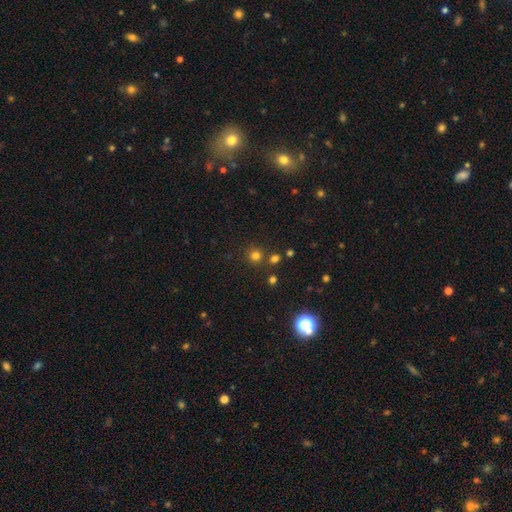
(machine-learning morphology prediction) Smooth or featured? smooth (73%)
How rounded? round (93%)
Merging? none (79%)